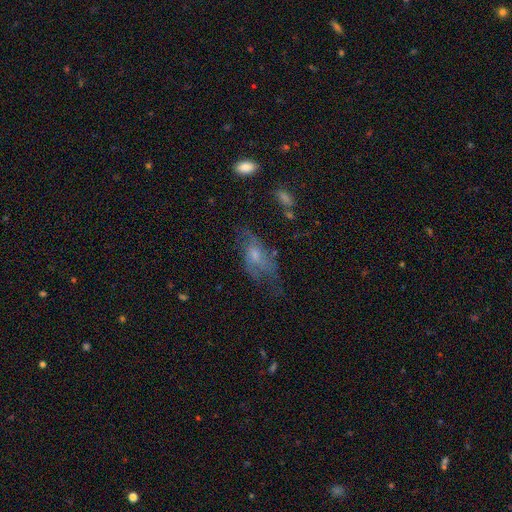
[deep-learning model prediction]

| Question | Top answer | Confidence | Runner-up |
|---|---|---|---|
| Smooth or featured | featured or disk | 53% | smooth (37%) |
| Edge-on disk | no | 88% | yes (12%) |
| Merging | none | 43% | major disturbance (28%) |